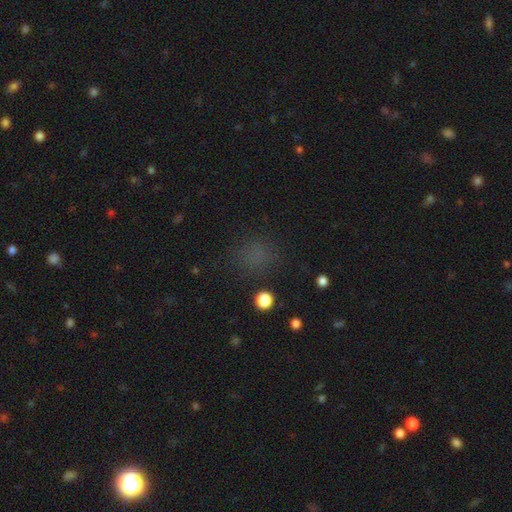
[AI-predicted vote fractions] The model was most divided on "smooth or featured": smooth: 66%, star or artifact: 28%, featured or disk: 6%. More confident: merging — none (80%); how rounded — round (77%).